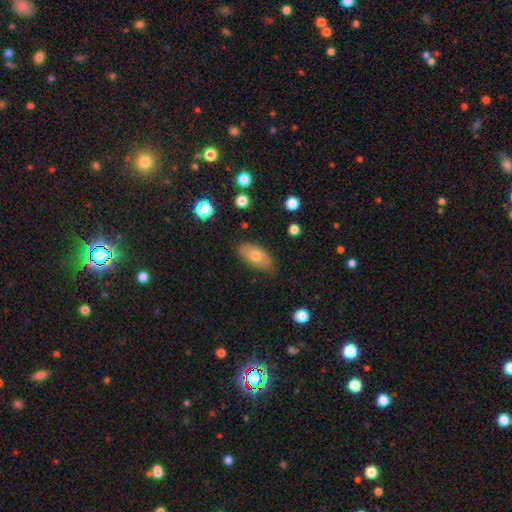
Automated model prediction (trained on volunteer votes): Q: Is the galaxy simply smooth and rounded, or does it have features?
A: smooth — 67%.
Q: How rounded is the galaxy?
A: in between — 92%.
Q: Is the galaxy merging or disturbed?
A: none — 78%.